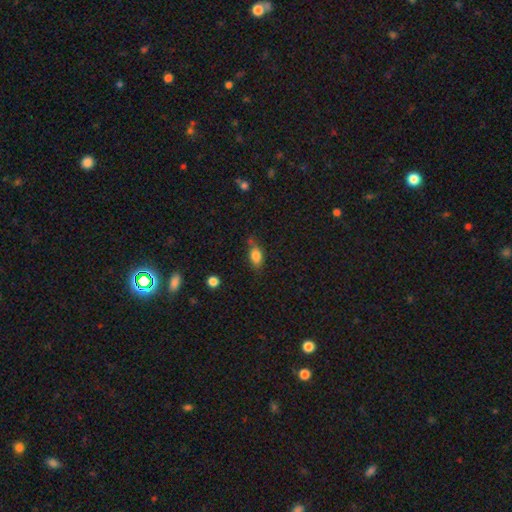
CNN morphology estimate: type=smooth (81%); roundness=in between (83%); merging=none (60%).